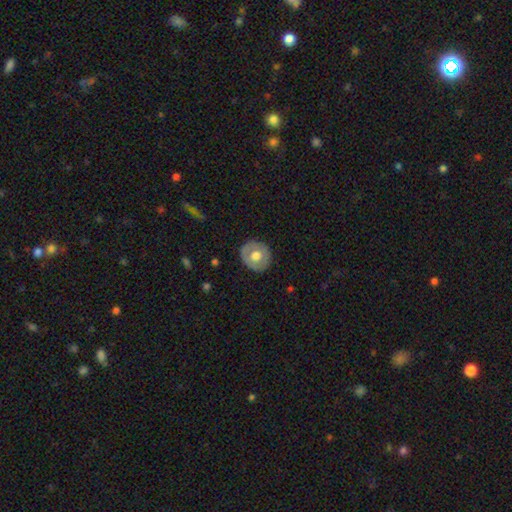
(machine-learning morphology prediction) type=smooth (56%); roundness=round (83%); merging=none (85%).